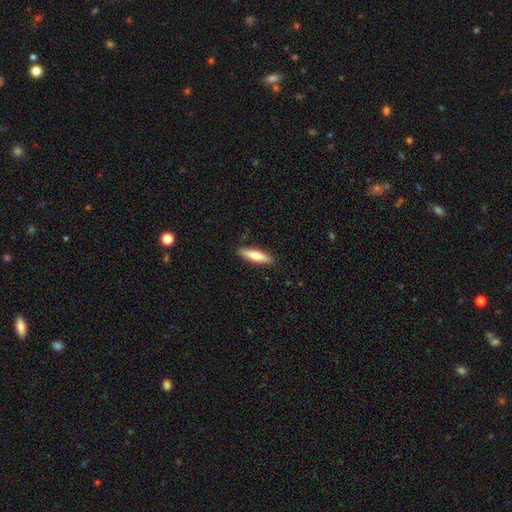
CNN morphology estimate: smooth-or-featured: smooth: 66% | featured or disk: 29% | star or artifact: 5%
  how-rounded: cigar-shaped: 67% | in between: 32% | round: 2%
  merging: none: 89% | minor disturbance: 8% | major disturbance: 2% | merger: 1%